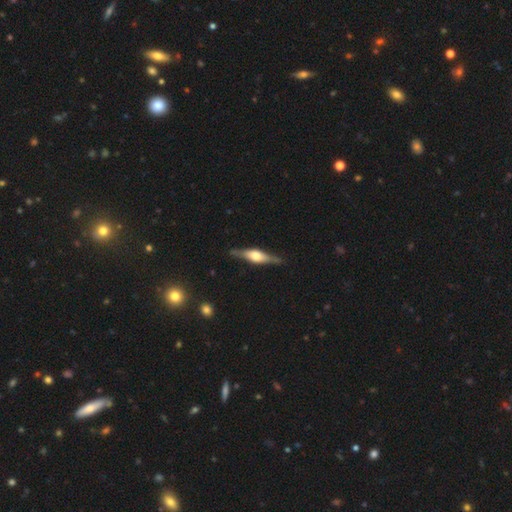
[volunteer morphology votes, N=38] Overall: featured or disk (87%). Edge-on disk: yes (100%). Edge-on bulge: rounded (97%). Merging: none (86%).